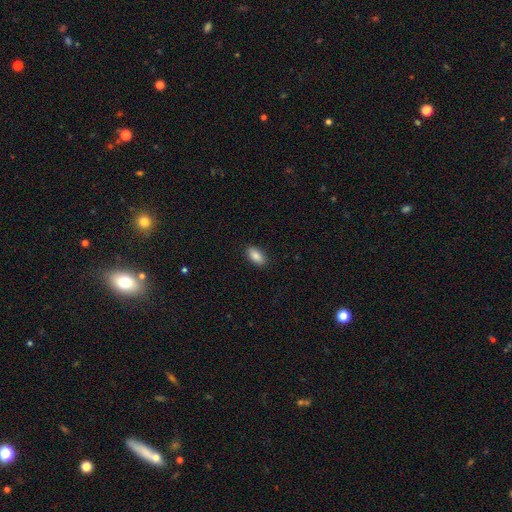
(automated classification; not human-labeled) Morphology: type=smooth (87%); roundness=in between (92%); merging=none (89%).